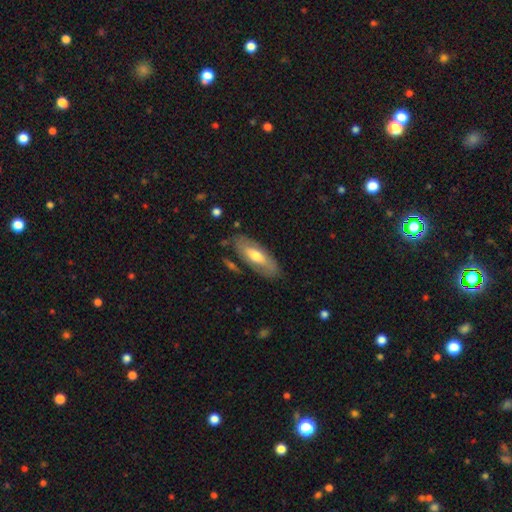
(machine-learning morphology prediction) A smooth galaxy with no disk features (53%) that is in between round and cigar-shaped (75%).

Vote fractions:
- Smooth or featured? smooth: 53% / featured or disk: 42% / star or artifact: 5%
- How rounded? in between: 75% / cigar-shaped: 23% / round: 3%
- Merging? none: 79% / minor disturbance: 15% / major disturbance: 4% / merger: 3%